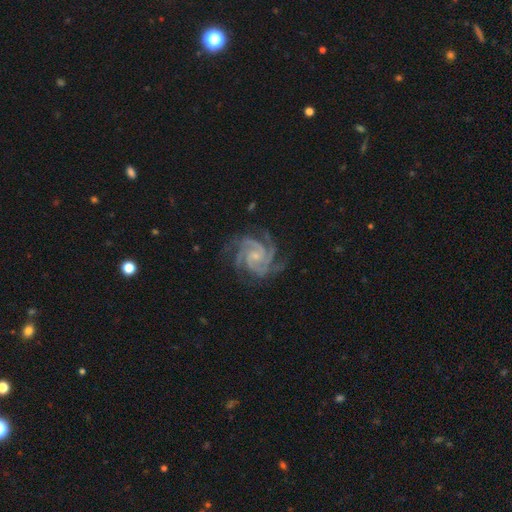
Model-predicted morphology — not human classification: featured or disk 93%, star or artifact 4%, smooth 3%. Down the decision tree: edge-on disk — no (98%); bar — no (64%); spiral arms — yes (99%); spiral arm count — 3 (44%); spiral winding — tight (64%); bulge size — small (74%); merging — none (78%).